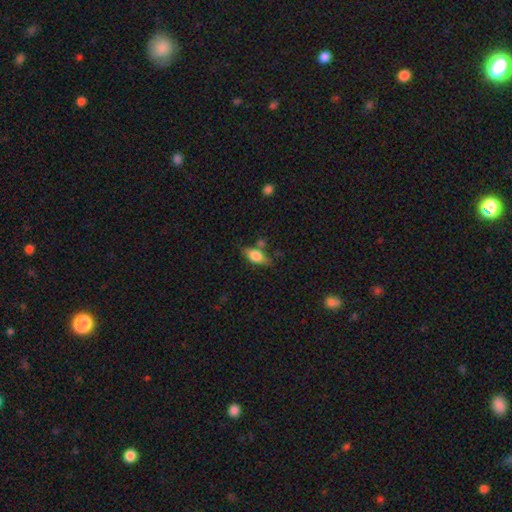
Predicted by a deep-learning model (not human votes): Morphology: type=smooth (70%); roundness=in between (79%); merging=none (62%).